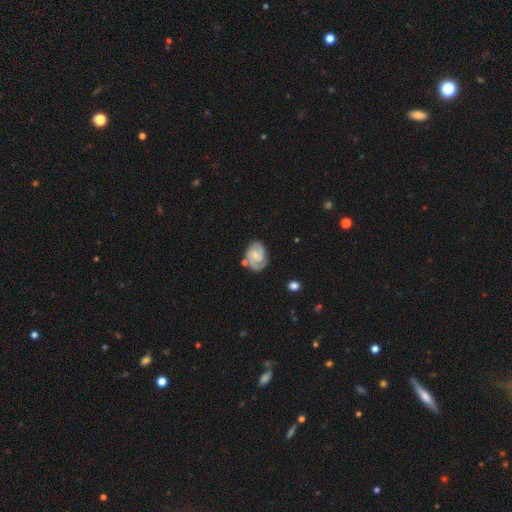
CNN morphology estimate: This appears to be a featured or disk galaxy (79%) with no bar (53%), 2 (71%) tight (51%) spiral arms (96%) and a small central bulge (57%). Merging: none (69%).